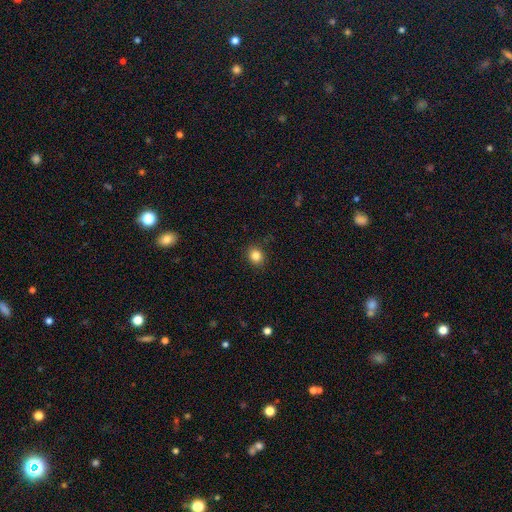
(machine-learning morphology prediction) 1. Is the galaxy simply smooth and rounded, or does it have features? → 84% smooth, 11% star or artifact, 5% featured or disk.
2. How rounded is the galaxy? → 71% round, 28% in between, 1% cigar-shaped.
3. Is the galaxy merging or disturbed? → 89% none, 8% minor disturbance, 2% major disturbance, 1% merger.